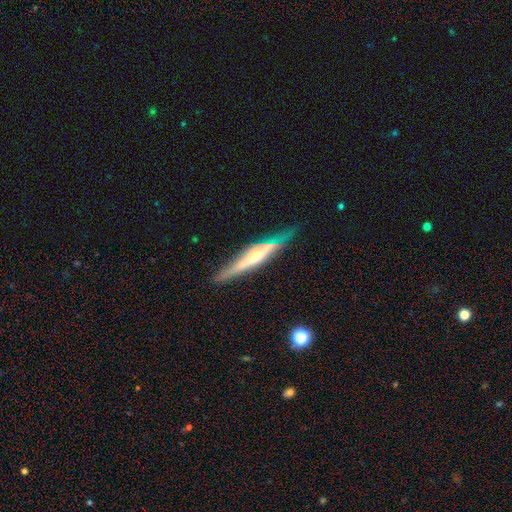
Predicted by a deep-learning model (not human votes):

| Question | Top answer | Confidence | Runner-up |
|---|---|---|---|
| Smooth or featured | featured or disk | 67% | smooth (26%) |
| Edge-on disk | yes | 90% | no (10%) |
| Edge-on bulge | rounded | 69% | none (18%) |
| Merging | none | 73% | minor disturbance (20%) |